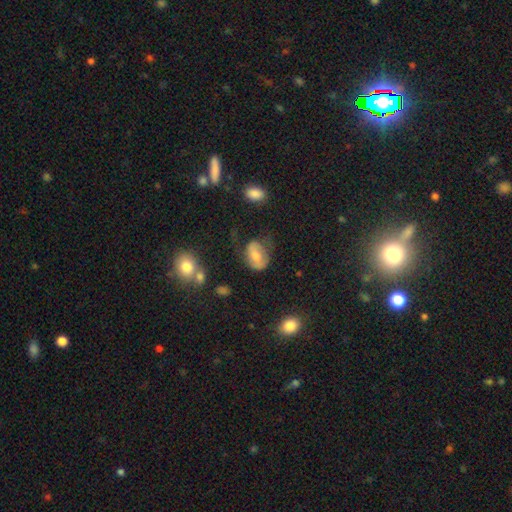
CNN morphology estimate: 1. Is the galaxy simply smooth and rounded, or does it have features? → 52% smooth, 39% featured or disk, 9% star or artifact.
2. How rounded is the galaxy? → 71% in between, 27% round, 2% cigar-shaped.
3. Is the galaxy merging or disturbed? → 50% none, 28% minor disturbance, 18% major disturbance, 4% merger.